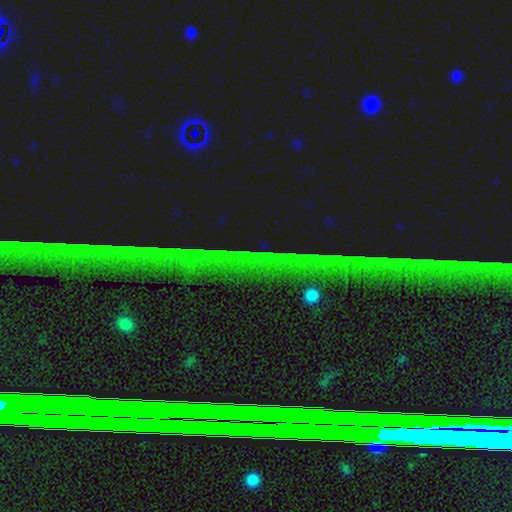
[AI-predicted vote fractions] Q: Smooth or featured?
A: star or artifact (85%); runner-up: featured or disk (9%)